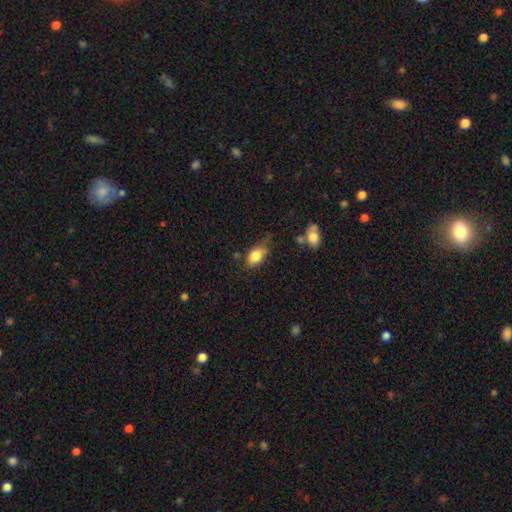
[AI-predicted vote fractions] Smooth or featured: smooth — 82% (featured or disk — 11%)
How rounded: in between — 86% (round — 10%)
Merging: none — 52% (minor disturbance — 34%)